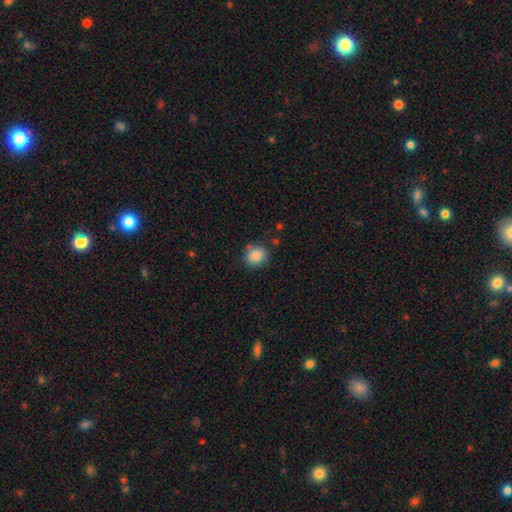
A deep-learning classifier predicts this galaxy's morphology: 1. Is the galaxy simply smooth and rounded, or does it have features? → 86% smooth, 9% star or artifact, 5% featured or disk.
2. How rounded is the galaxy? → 79% round, 20% in between, 1% cigar-shaped.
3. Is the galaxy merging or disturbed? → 79% none, 14% minor disturbance, 4% merger, 3% major disturbance.